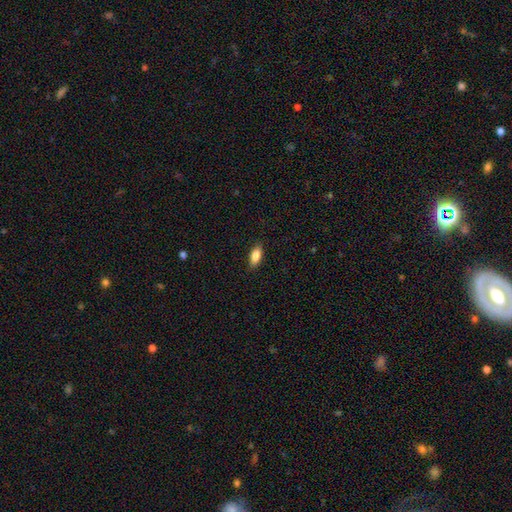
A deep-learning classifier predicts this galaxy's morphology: Smooth or featured?
  - smooth: 86% *
  - featured or disk: 7%
  - star or artifact: 7%
How rounded?
  - in between: 85% *
  - cigar-shaped: 12%
  - round: 3%
Merging?
  - none: 86% *
  - minor disturbance: 10%
  - major disturbance: 2%
  - merger: 1%